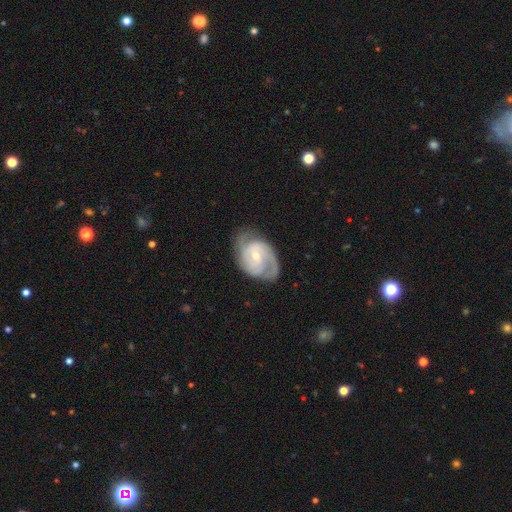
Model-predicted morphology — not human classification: type=featured or disk (85%); edge-on=no (97%); bar=weak (47%); spiral arms=yes (96%); winding=tight (45%); arm count=2 (62%); bulge=small (52%); merging=none (68%).